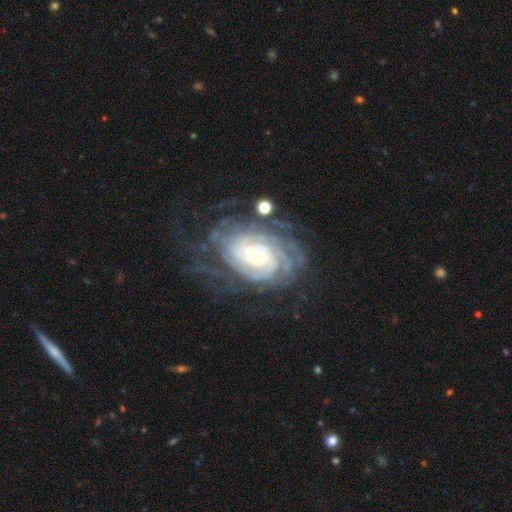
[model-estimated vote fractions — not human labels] Smooth or featured: featured or disk — 89% (star or artifact — 6%)
Edge-on disk: no — 96% (yes — 4%)
Bar: no — 69% (weak — 22%)
Spiral arms: yes — 97% (no — 3%)
Spiral winding: tight — 81% (medium — 15%)
Spiral arm count: can't tell — 35% (more than 4 — 21%)
Bulge size: small — 63% (moderate — 32%)
Merging: none — 62% (minor disturbance — 19%)